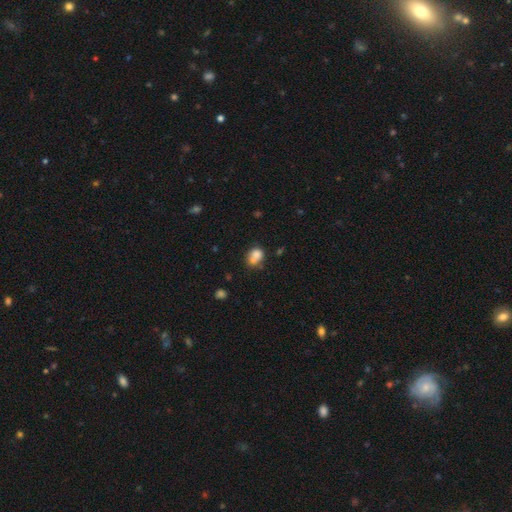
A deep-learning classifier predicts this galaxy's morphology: Q: Smooth or featured?
A: smooth (77%); runner-up: featured or disk (13%)
Q: How rounded?
A: in between (56%); runner-up: round (42%)
Q: Merging?
A: merger (39%); runner-up: none (35%)